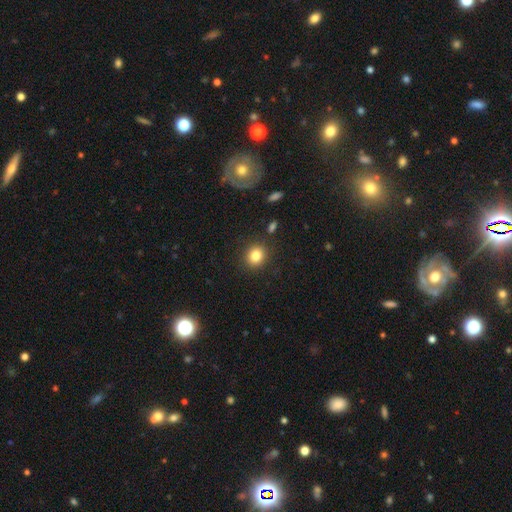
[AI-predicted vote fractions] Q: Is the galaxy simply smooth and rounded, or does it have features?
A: smooth — 83%.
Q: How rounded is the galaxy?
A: round — 74%.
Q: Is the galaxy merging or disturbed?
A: none — 88%.